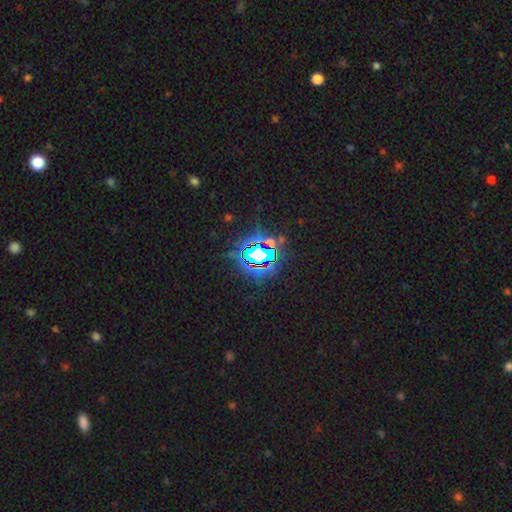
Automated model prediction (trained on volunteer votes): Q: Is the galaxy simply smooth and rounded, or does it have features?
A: star or artifact — 78%.